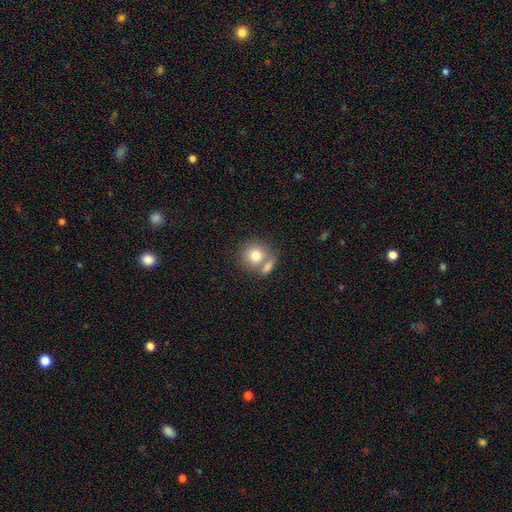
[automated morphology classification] Smooth or featured? Predicted: smooth (p=0.78). How rounded? Predicted: round (p=0.86). Merging? Predicted: none (p=0.51).